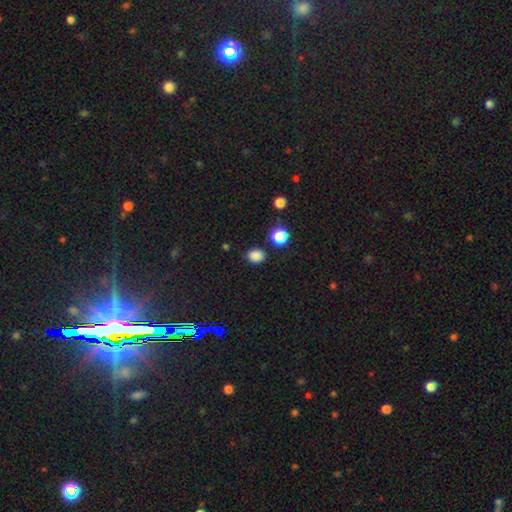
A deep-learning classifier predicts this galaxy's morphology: smooth-or-featured: smooth: 84% | star or artifact: 13% | featured or disk: 3%
  how-rounded: round: 58% | in between: 41% | cigar-shaped: 1%
  merging: none: 83% | minor disturbance: 11% | merger: 3% | major disturbance: 3%